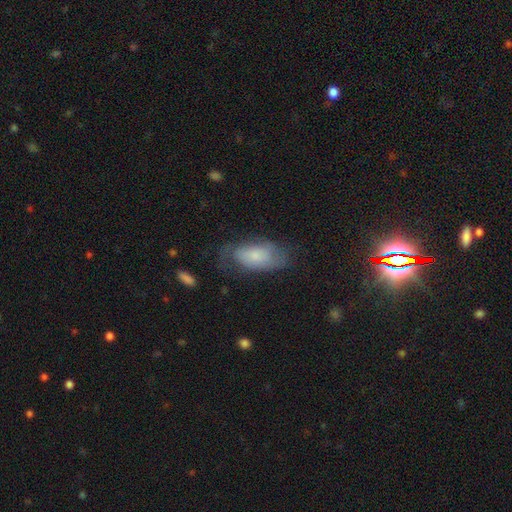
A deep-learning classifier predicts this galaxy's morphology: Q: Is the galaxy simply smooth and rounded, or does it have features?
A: smooth — 53%.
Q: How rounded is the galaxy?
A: in between — 91%.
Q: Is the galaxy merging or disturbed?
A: none — 53%.